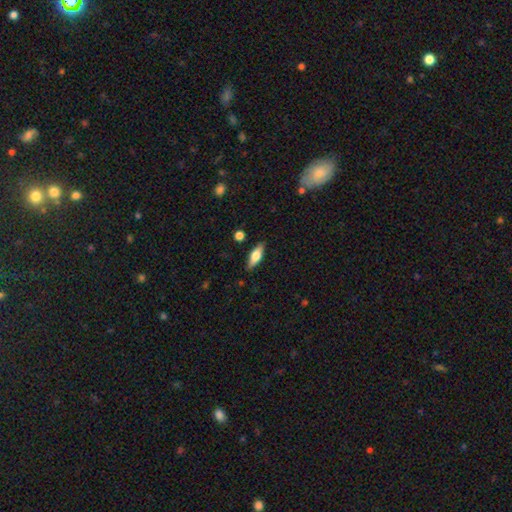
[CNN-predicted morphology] type=smooth (52%); roundness=in between (61%); merging=none (86%).